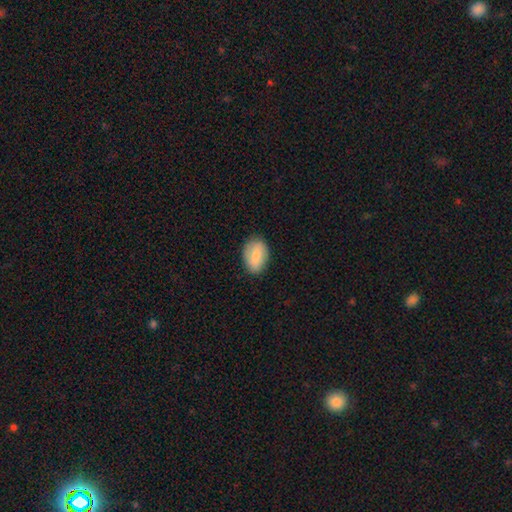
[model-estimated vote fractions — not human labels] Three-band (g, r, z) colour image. It shows a smooth galaxy with no disk features (77%) that is in between round and cigar-shaped (84%). Merging: none (83%).